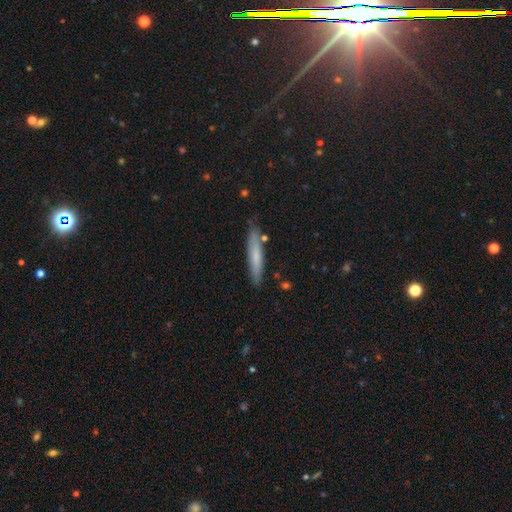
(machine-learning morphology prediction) This is likely a smooth galaxy (66%). How rounded: clearly cigar-shaped (92%). Merging: clearly none (84%).